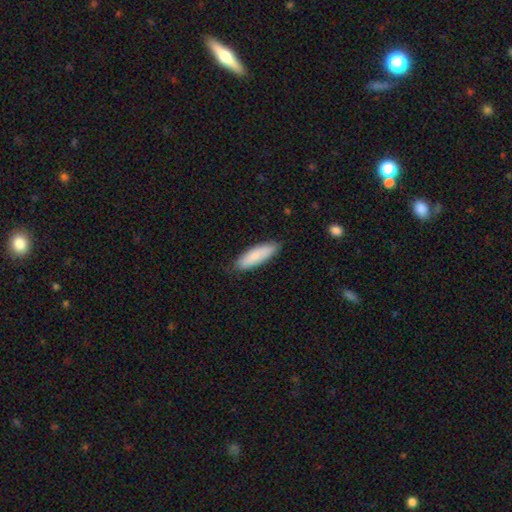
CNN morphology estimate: Smooth or featured: smooth — 86% (featured or disk — 8%)
How rounded: cigar-shaped — 52% (in between — 47%)
Merging: none — 84% (minor disturbance — 13%)